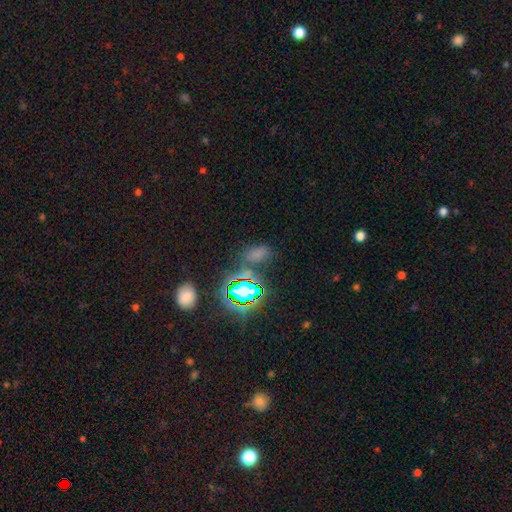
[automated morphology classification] Overall: smooth (49%; star or artifact 42%). Merging: none (65%).